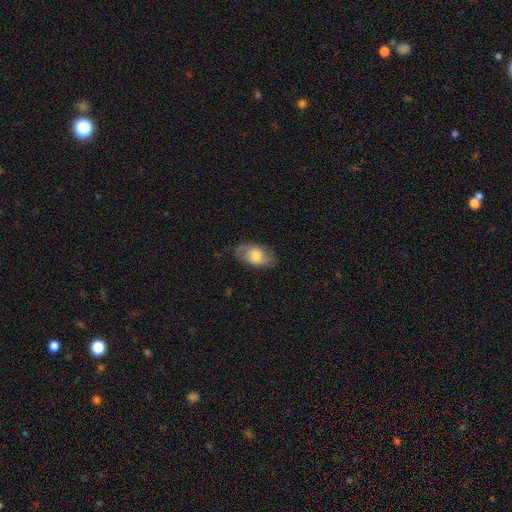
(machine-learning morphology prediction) The model was most divided on "smooth or featured": smooth: 59%, featured or disk: 34%, star or artifact: 7%. More confident: how rounded — in between (90%); merging — none (70%).